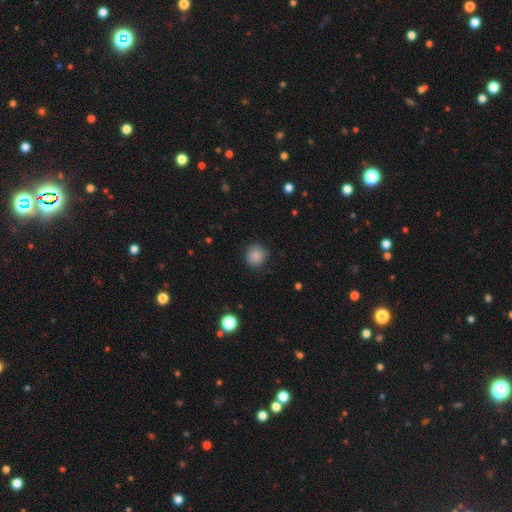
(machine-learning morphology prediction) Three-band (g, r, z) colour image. It shows a smooth galaxy with no disk features (86%) that is round (89%). Merging: none (85%).